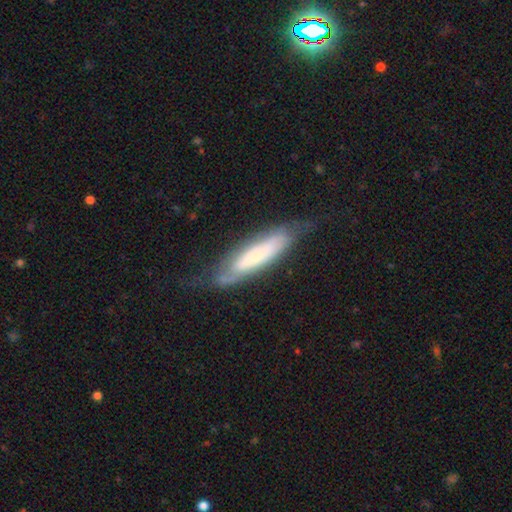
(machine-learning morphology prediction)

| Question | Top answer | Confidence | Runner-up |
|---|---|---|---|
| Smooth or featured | smooth | 47% | featured or disk (46%) |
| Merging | none | 59% | minor disturbance (26%) |